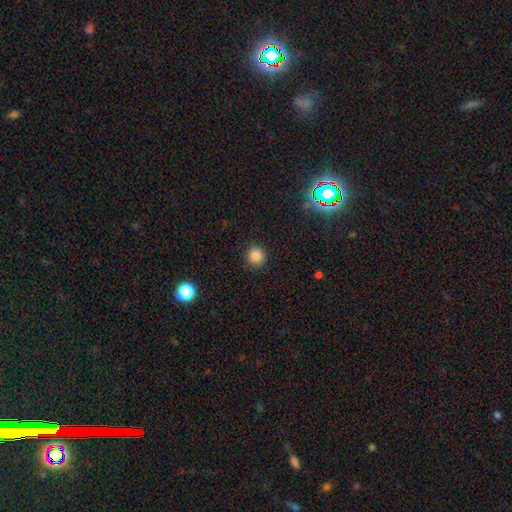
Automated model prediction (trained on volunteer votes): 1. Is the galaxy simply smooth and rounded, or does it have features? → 83% smooth, 12% star or artifact, 5% featured or disk.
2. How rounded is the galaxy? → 93% round, 6% in between, 1% cigar-shaped.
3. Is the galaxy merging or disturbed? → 91% none, 6% minor disturbance, 2% major disturbance, 1% merger.